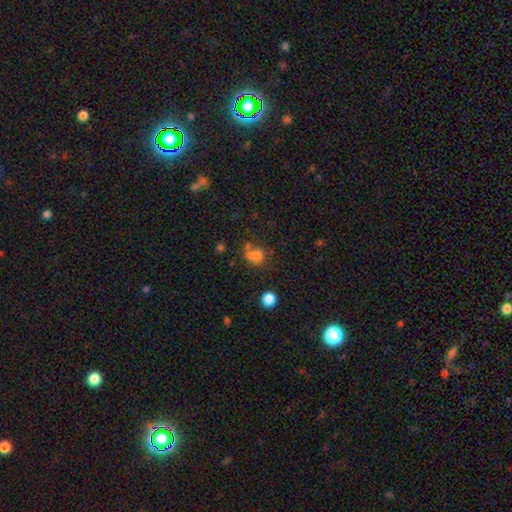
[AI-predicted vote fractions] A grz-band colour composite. It shows a smooth galaxy with no disk features (71%) that is round (72%). Merging: none (45%).